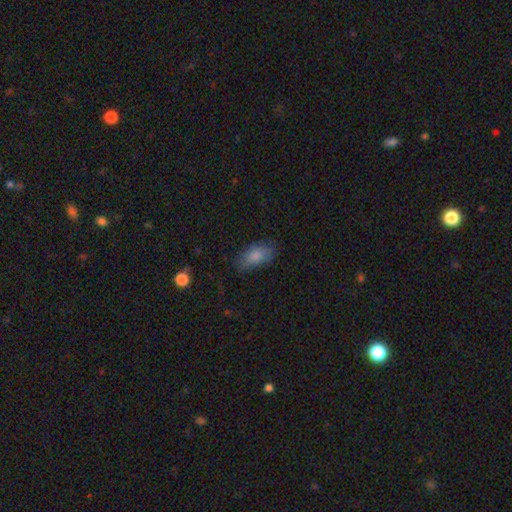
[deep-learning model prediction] A smooth galaxy with no disk features (82%) that is in between round and cigar-shaped (91%). Merging: none (71%).